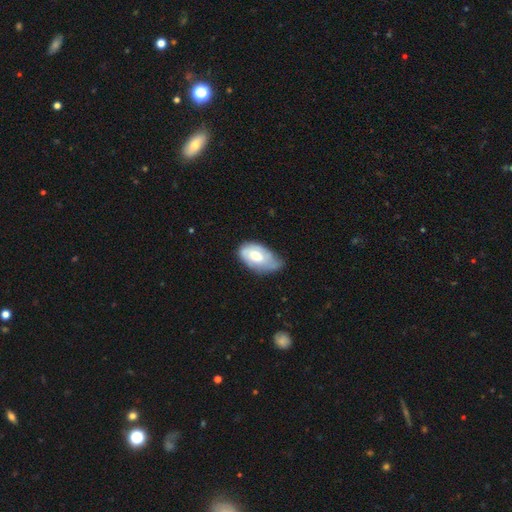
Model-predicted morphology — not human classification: Overall: smooth (59%; featured or disk 35%). How rounded: in between (93%). Merging: minor disturbance (48%; none 34%).